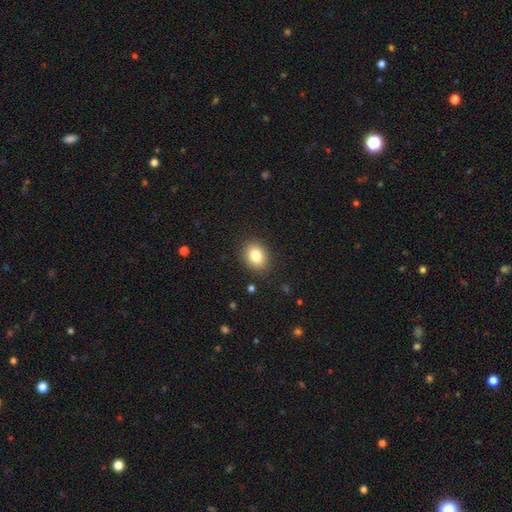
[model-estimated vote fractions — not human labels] Smooth or featured?
  - smooth: 83% *
  - star or artifact: 9%
  - featured or disk: 8%
How rounded?
  - in between: 54% *
  - round: 45%
  - cigar-shaped: 1%
Merging?
  - none: 88% *
  - minor disturbance: 8%
  - major disturbance: 2%
  - merger: 1%